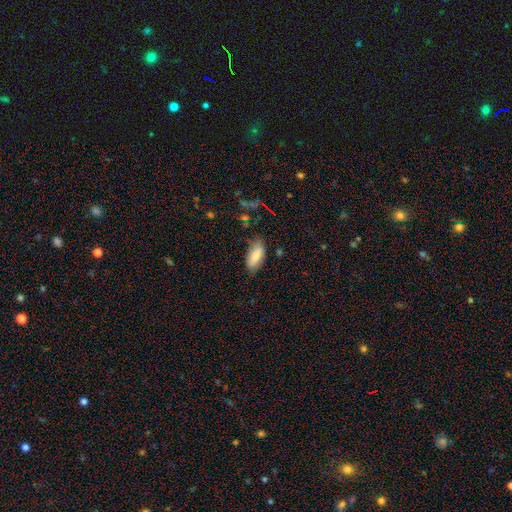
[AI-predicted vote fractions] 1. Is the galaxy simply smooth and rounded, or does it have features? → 80% smooth, 13% featured or disk, 7% star or artifact.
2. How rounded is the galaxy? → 86% in between, 12% cigar-shaped, 2% round.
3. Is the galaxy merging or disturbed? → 74% none, 20% minor disturbance, 4% major disturbance, 2% merger.